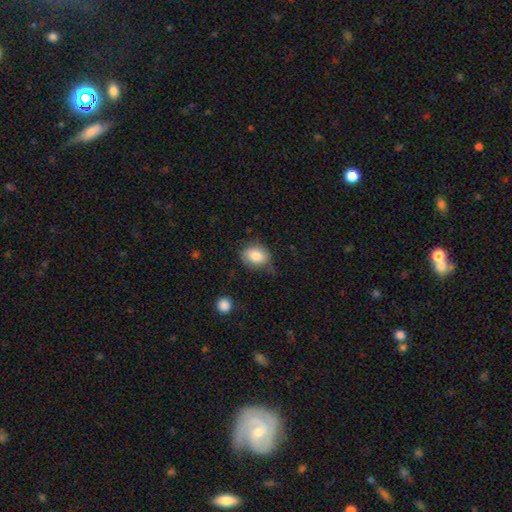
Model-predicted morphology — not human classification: A smooth galaxy with no disk features (83%) that is in between round and cigar-shaped (61%). Merging: none (59%).